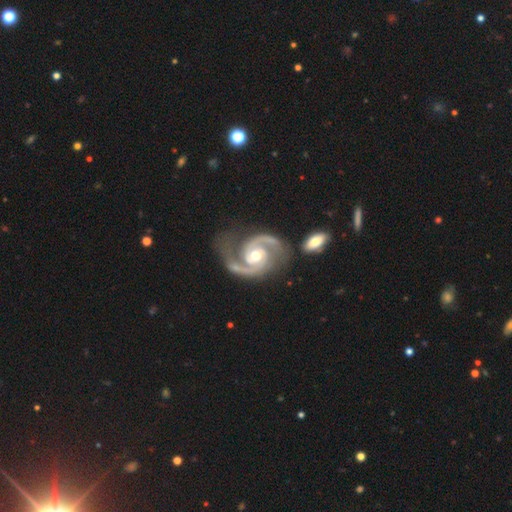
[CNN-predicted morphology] This appears to be a featured or disk galaxy (94%) with no bar (61%), 2 (93%) medium (59%) spiral arms (99%) and a moderate central bulge (77%). Merging: none (62%).